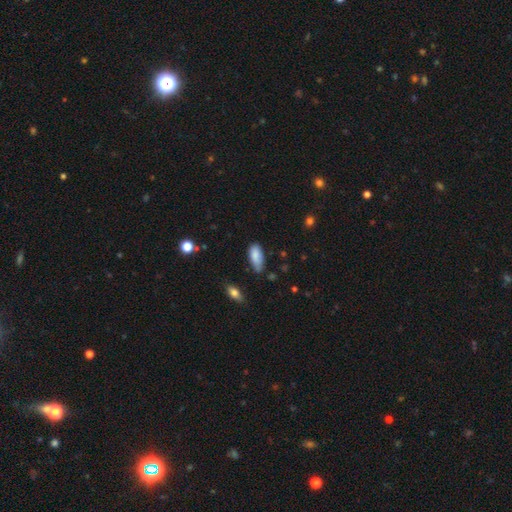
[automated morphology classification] Smooth or featured? smooth (84%)
How rounded? in between (88%)
Merging? none (58%)